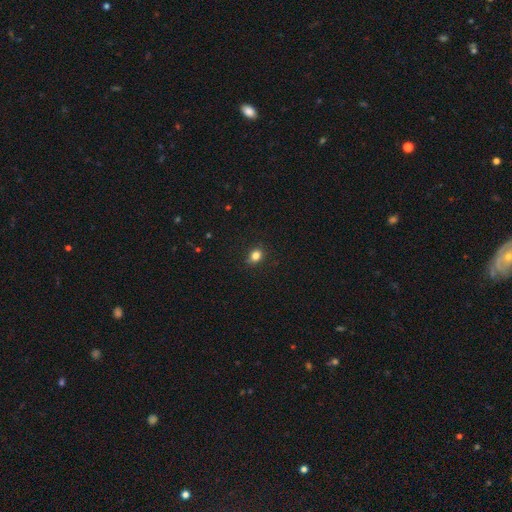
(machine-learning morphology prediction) This appears to be a smooth galaxy with no disk features (82%) that is in between round and cigar-shaped (53%). Merging: none (86%).